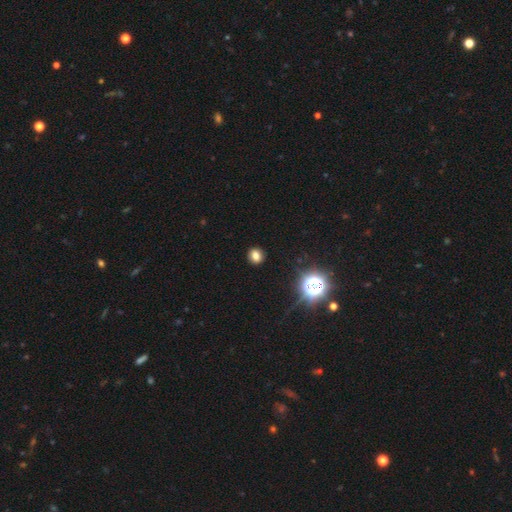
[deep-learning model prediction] A smooth galaxy with no disk features (75%) that is round (72%).

Vote fractions:
- Smooth or featured? smooth: 75% / star or artifact: 18% / featured or disk: 7%
- How rounded? round: 72% / in between: 27% / cigar-shaped: 1%
- Merging? none: 90% / minor disturbance: 6% / major disturbance: 2% / merger: 1%